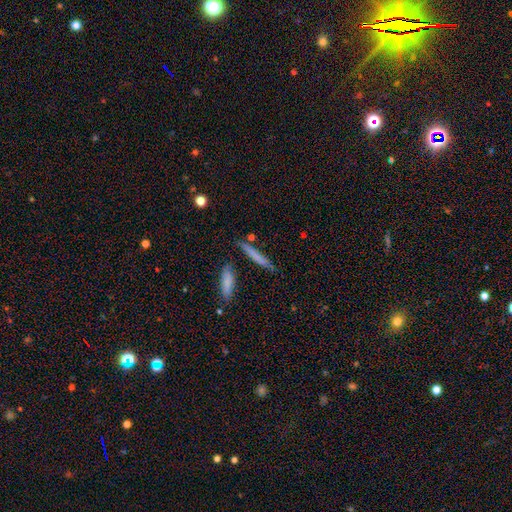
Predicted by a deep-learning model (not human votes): Smooth or featured? smooth (67%)
How rounded? cigar-shaped (92%)
Merging? none (79%)